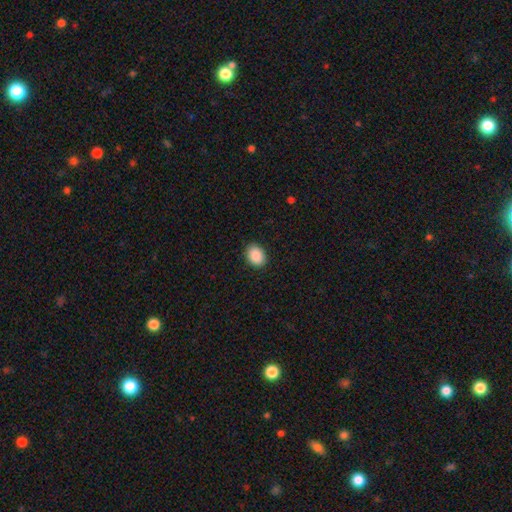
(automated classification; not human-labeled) Morphology: type=smooth (90%); roundness=in between (59%); merging=none (88%).